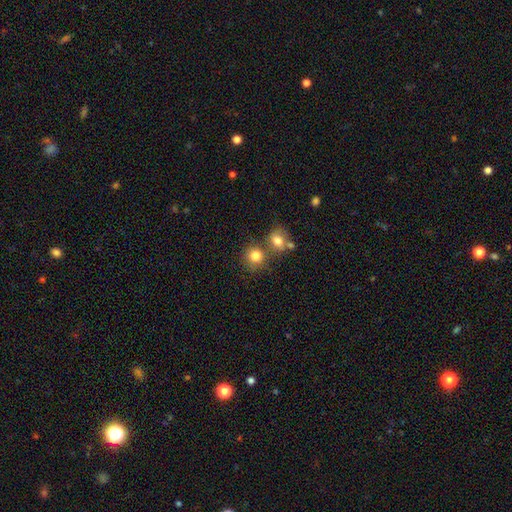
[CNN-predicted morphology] smooth_or_featured: smooth (p=0.81) [alt: star or artifact p=0.11]
how_rounded: round (p=0.83) [alt: in between p=0.16]
merging: none (p=0.56) [alt: merger p=0.31]